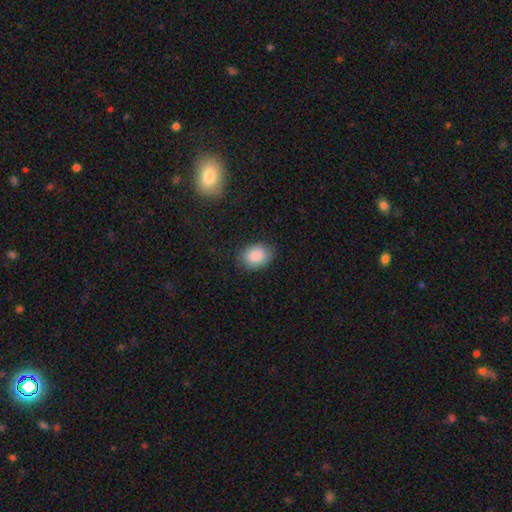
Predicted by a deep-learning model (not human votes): Smooth or featured? Predicted: smooth (p=0.88). How rounded? Predicted: in between (p=0.67). Merging? Predicted: none (p=0.82).